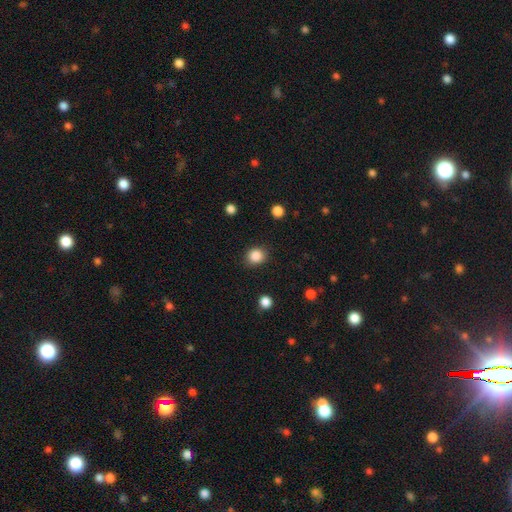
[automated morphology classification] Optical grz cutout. It shows a smooth galaxy with no disk features (86%) that is round (77%). Merging: none (87%).